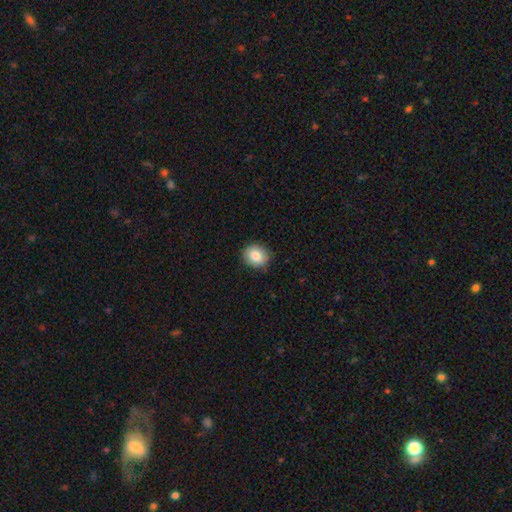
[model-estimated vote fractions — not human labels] This is clearly a smooth galaxy (85%). How rounded: likely round (66%). Merging: clearly none (87%).